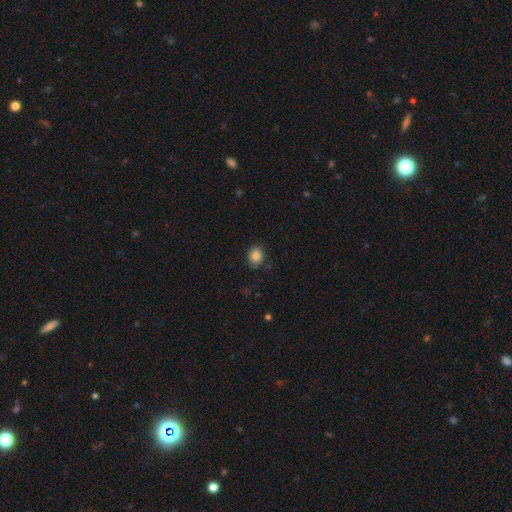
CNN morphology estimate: Smooth or featured: smooth — 86% (star or artifact — 10%)
How rounded: round — 66% (in between — 33%)
Merging: none — 84% (minor disturbance — 12%)